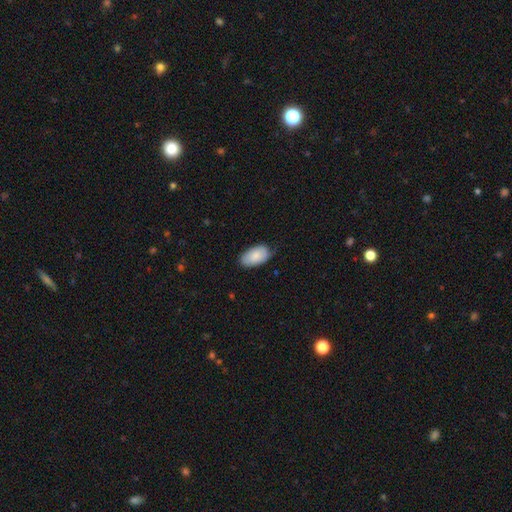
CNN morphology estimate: smooth 80%, featured or disk 14%, star or artifact 6%. Down the decision tree: how rounded — in between (95%); merging — none (70%).